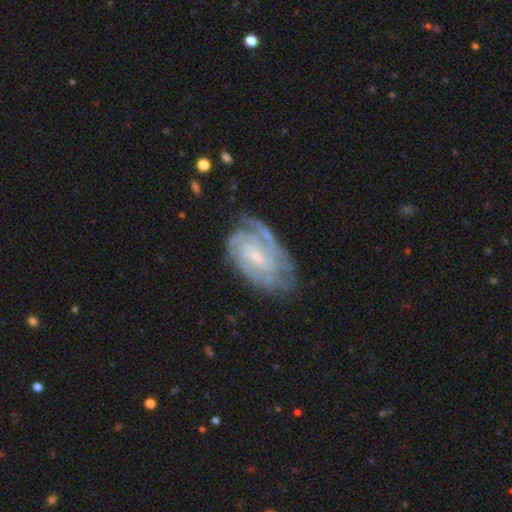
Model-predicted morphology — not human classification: A featured or disk galaxy (82%) with a weak bar (50%), 2 (32%) tight (62%) spiral arms (94%) and a small central bulge (53%). Merging: none (64%).